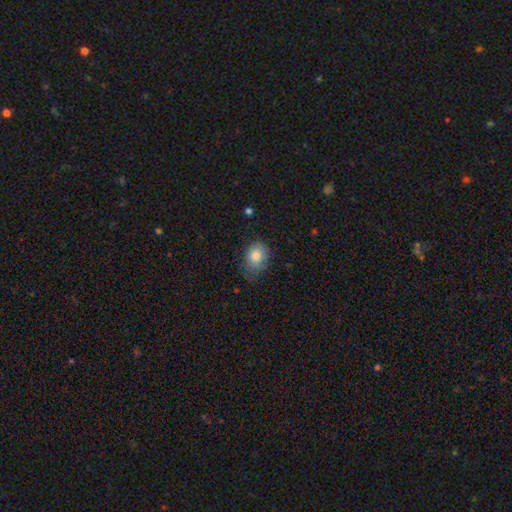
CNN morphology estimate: The model was most divided on "merging": none: 59%, minor disturbance: 32%, major disturbance: 8%, merger: 1%. More confident: smooth or featured — smooth (84%); how rounded — in between (67%).